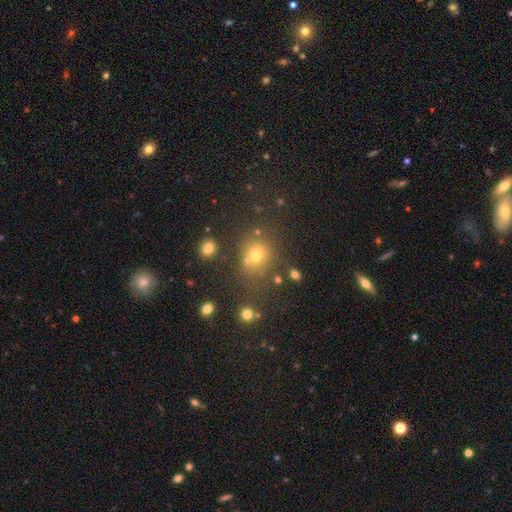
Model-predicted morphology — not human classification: smooth-or-featured: smooth: 65% | star or artifact: 24% | featured or disk: 11%
  how-rounded: round: 76% | in between: 23% | cigar-shaped: 1%
  merging: none: 69% | merger: 13% | minor disturbance: 12% | major disturbance: 6%